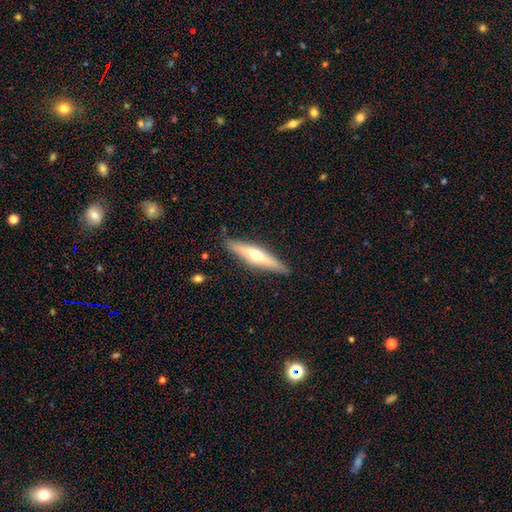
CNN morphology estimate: A featured or disk galaxy (55%) viewed edge-on (92%) with a rounded central bulge (90%).

Vote fractions:
- Smooth or featured? featured or disk: 55% / smooth: 39% / star or artifact: 5%
- Edge-on disk? yes: 92% / no: 8%
- Edge-on bulge? rounded: 90% / none: 6% / boxy: 4%
- Merging? none: 87% / minor disturbance: 9% / major disturbance: 2% / merger: 1%